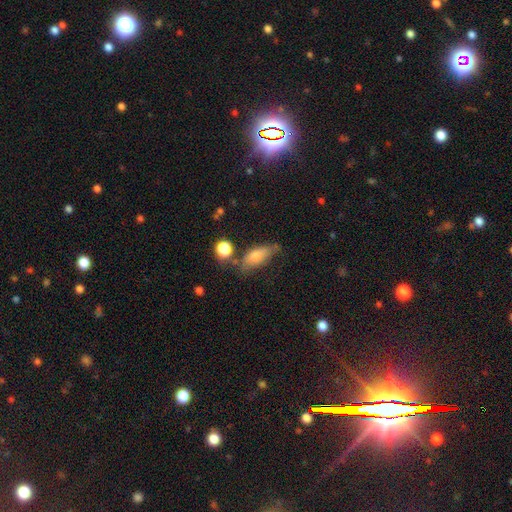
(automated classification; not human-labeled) Overall: smooth (67%). How rounded: in between (74%). Merging: none (53%; minor disturbance 29%).